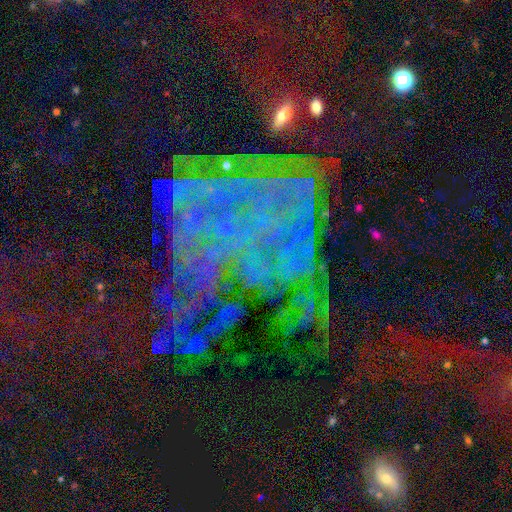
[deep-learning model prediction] Q: Smooth or featured?
A: star or artifact (56%); runner-up: featured or disk (31%)